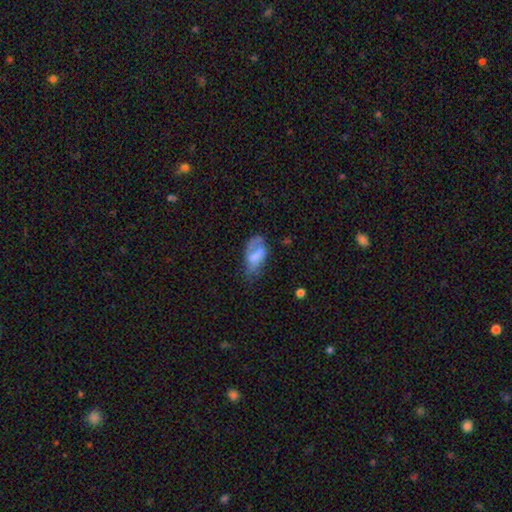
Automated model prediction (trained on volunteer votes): Smooth or featured?
  - smooth: 58% *
  - featured or disk: 33%
  - star or artifact: 9%
How rounded?
  - in between: 90% *
  - round: 6%
  - cigar-shaped: 5%
Merging?
  - none: 31% *
  - minor disturbance: 30%
  - major disturbance: 29%
  - merger: 10%